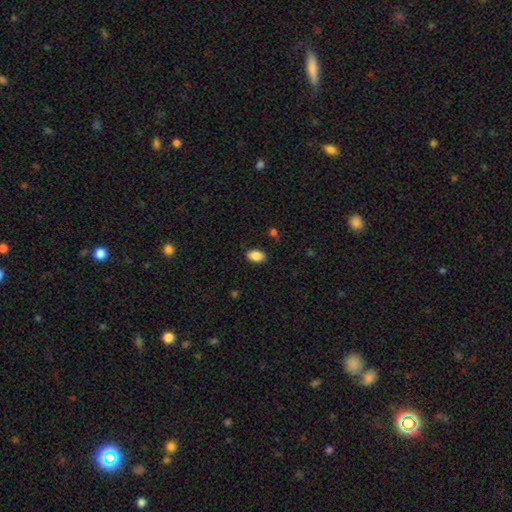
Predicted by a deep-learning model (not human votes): smooth-or-featured: smooth: 88% | star or artifact: 8% | featured or disk: 4%
  how-rounded: in between: 91% | round: 8% | cigar-shaped: 2%
  merging: none: 87% | minor disturbance: 9% | major disturbance: 2% | merger: 1%